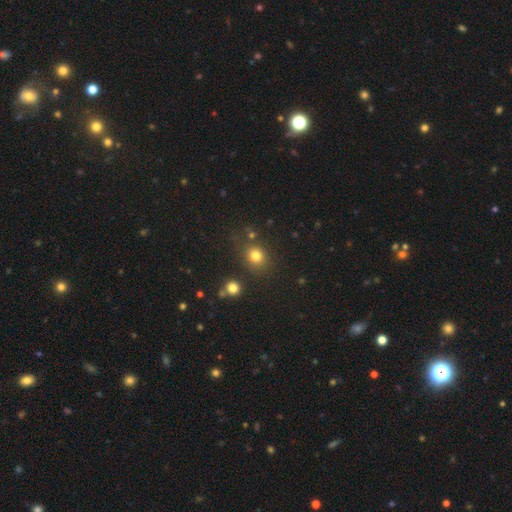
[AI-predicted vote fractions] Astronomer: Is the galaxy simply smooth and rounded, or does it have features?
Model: smooth — 78%.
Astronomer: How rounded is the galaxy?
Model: round — 71%.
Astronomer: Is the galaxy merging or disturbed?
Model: none — 77%.